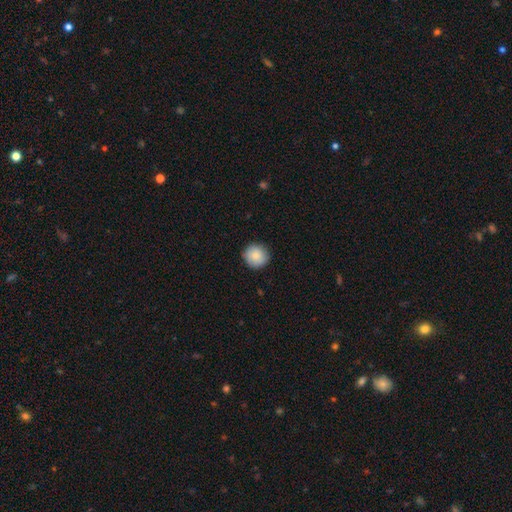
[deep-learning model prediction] A smooth galaxy with no disk features (87%) that is round (93%).

Vote fractions:
- Smooth or featured? smooth: 87% / star or artifact: 7% / featured or disk: 6%
- How rounded? round: 93% / in between: 6% / cigar-shaped: 1%
- Merging? none: 90% / minor disturbance: 8% / major disturbance: 2% / merger: 1%